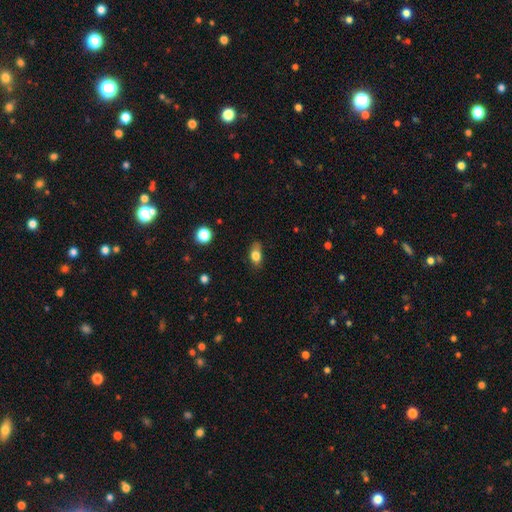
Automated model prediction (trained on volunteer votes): smooth-or-featured: smooth: 79% | featured or disk: 12% | star or artifact: 9%
  how-rounded: in between: 79% | round: 15% | cigar-shaped: 5%
  merging: none: 71% | minor disturbance: 22% | major disturbance: 5% | merger: 2%